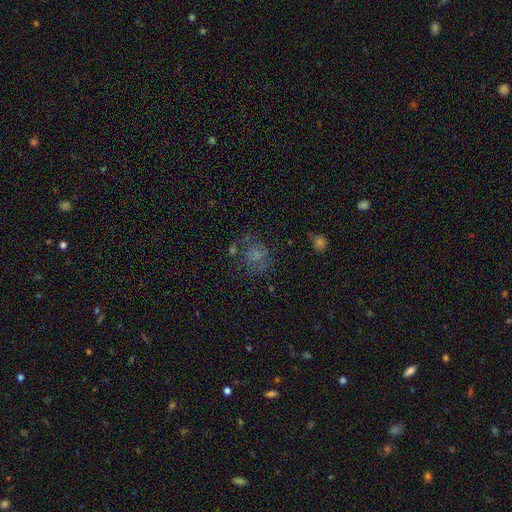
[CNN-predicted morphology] This appears to be a smooth galaxy with no disk features (55%) that is round (74%). Merging: none (53%).